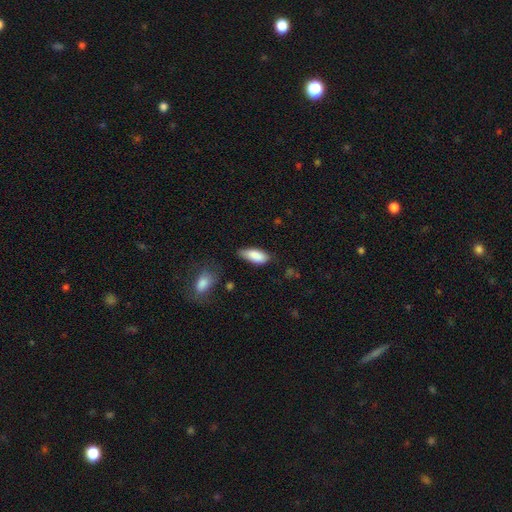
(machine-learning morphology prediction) This is clearly a smooth galaxy (87%). How rounded: clearly in between (82%). Merging: possibly none (60%).